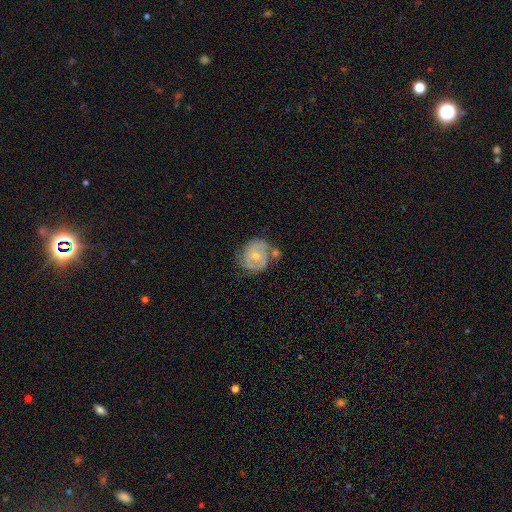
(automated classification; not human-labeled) A featured or disk galaxy (64%) with no bar (62%), spiral arms (78%) and a moderate central bulge (58%). Merging: none (53%).